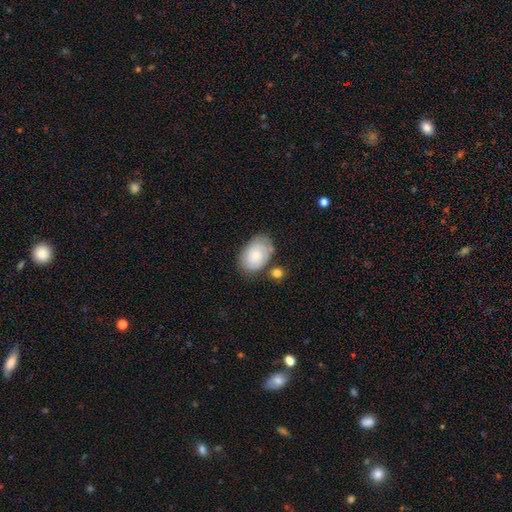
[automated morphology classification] Smooth or featured?
  - smooth: 53% *
  - featured or disk: 40%
  - star or artifact: 7%
How rounded?
  - in between: 85% *
  - round: 14%
  - cigar-shaped: 1%
Merging?
  - none: 65% *
  - minor disturbance: 20%
  - merger: 8%
  - major disturbance: 6%